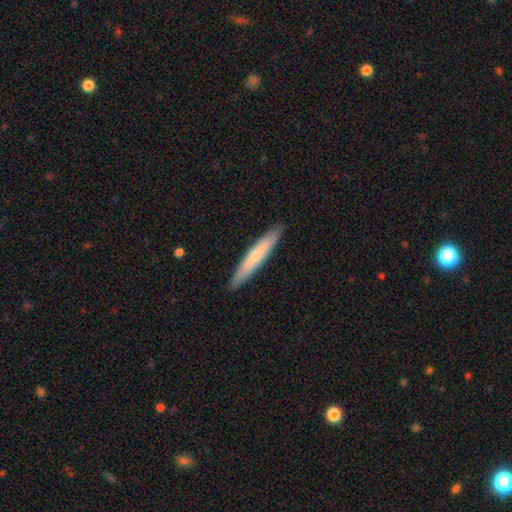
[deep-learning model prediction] Q: Smooth or featured?
A: smooth (61%); runner-up: featured or disk (34%)
Q: How rounded?
A: cigar-shaped (94%); runner-up: in between (5%)
Q: Merging?
A: none (91%); runner-up: minor disturbance (7%)